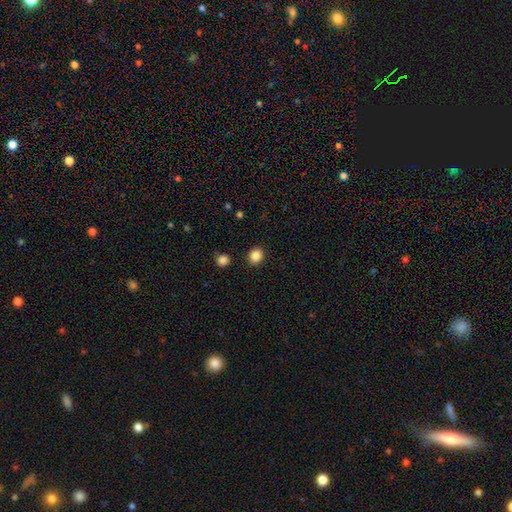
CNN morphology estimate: smooth_or_featured: smooth (p=0.86) [alt: star or artifact p=0.10]
how_rounded: round (p=0.71) [alt: in between p=0.28]
merging: none (p=0.89) [alt: minor disturbance p=0.07]